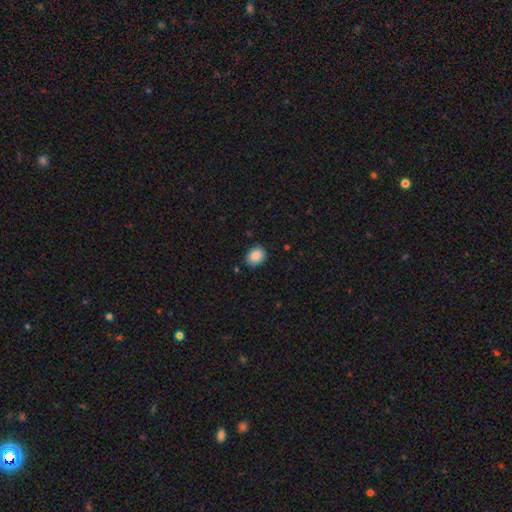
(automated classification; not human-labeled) Smooth or featured?
  - smooth: 88% *
  - star or artifact: 8%
  - featured or disk: 4%
How rounded?
  - round: 50% *
  - in between: 49%
  - cigar-shaped: 1%
Merging?
  - none: 86% *
  - minor disturbance: 10%
  - major disturbance: 2%
  - merger: 1%